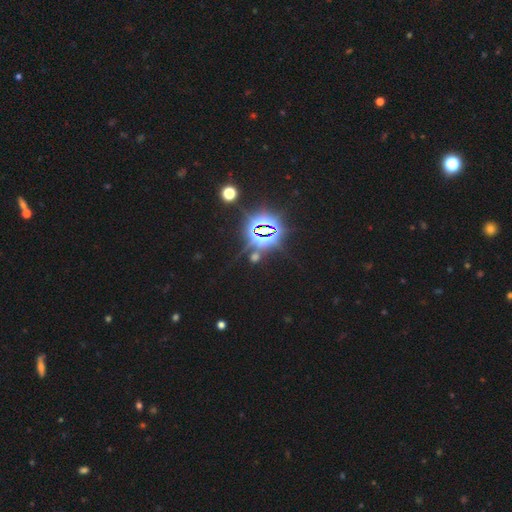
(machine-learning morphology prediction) smooth-or-featured: star or artifact: 83% | smooth: 10% | featured or disk: 7%